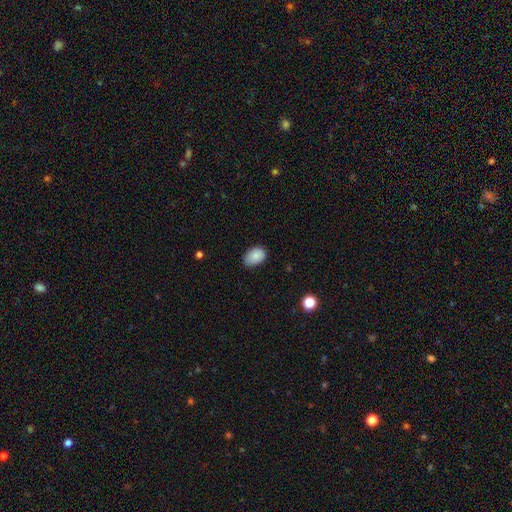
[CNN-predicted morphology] Smooth or featured? smooth (83%)
How rounded? in between (83%)
Merging? none (71%)